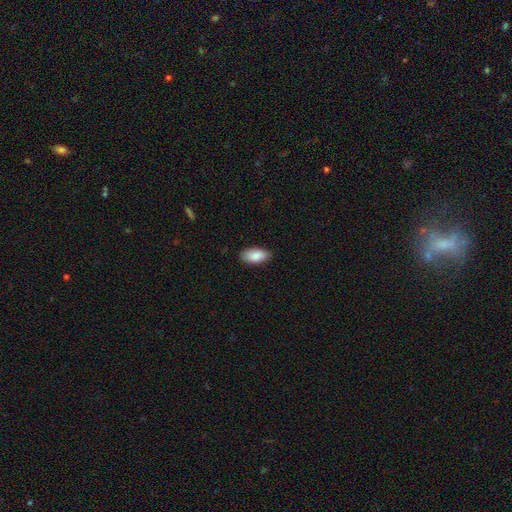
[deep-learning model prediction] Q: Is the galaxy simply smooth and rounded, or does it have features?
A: smooth — 88%.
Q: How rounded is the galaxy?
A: in between — 92%.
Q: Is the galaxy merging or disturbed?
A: none — 86%.